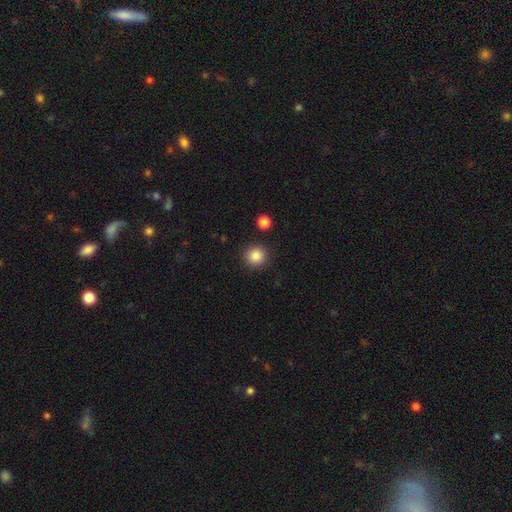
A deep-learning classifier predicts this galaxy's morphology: Overall: smooth (87%). How rounded: round (94%). Merging: none (90%).